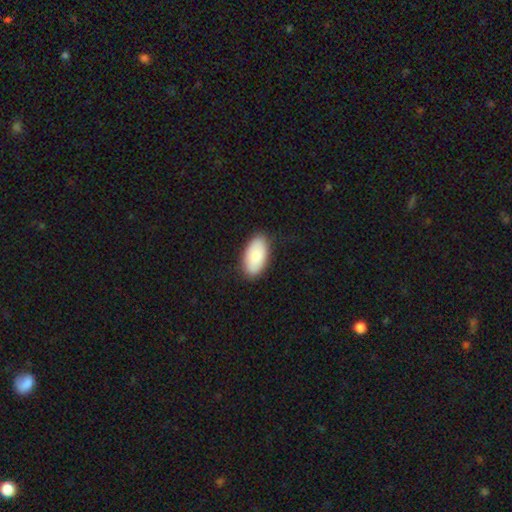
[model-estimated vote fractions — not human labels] smooth_or_featured: smooth (p=0.84) [alt: featured or disk p=0.11]
how_rounded: in between (p=0.95) [alt: cigar-shaped p=0.03]
merging: none (p=0.86) [alt: minor disturbance p=0.11]